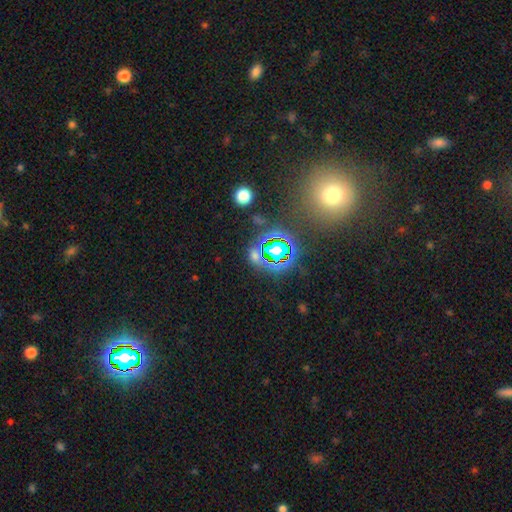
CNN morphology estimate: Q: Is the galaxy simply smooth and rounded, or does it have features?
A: star or artifact — 57%.